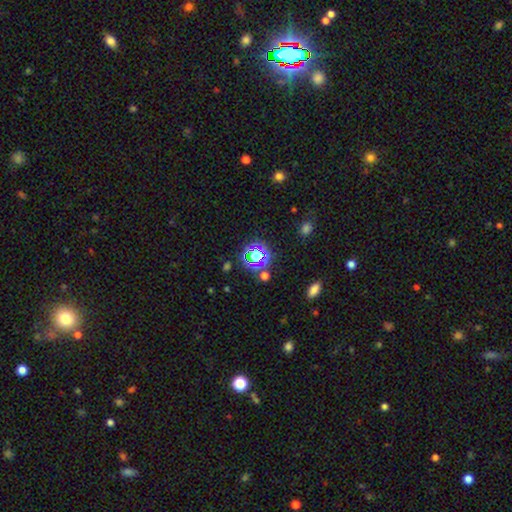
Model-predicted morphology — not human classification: Smooth or featured? Predicted: star or artifact (p=0.62).